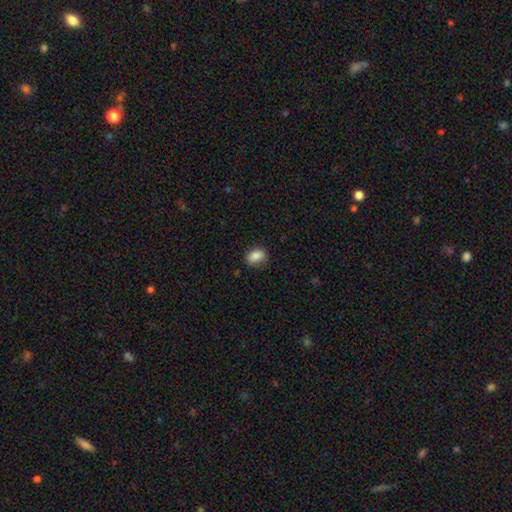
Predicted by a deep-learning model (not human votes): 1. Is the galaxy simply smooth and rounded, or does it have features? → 87% smooth, 9% star or artifact, 5% featured or disk.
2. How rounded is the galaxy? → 82% in between, 16% round, 2% cigar-shaped.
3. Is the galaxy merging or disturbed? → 78% none, 18% minor disturbance, 4% major disturbance, 1% merger.